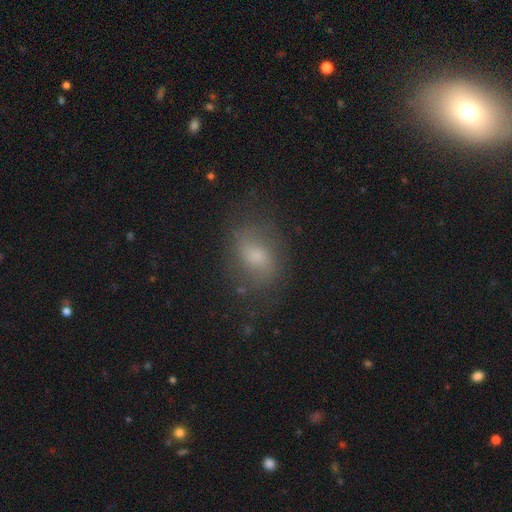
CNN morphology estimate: Smooth or featured: featured or disk — 45% (smooth — 44%)
Merging: none — 70% (minor disturbance — 19%)